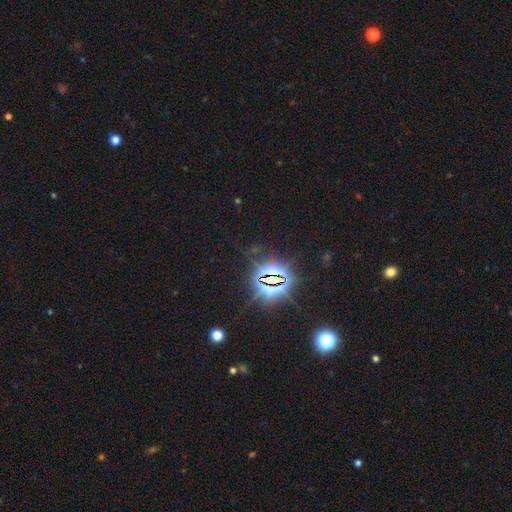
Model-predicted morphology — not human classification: star or artifact 84%, smooth 10%, featured or disk 6%.